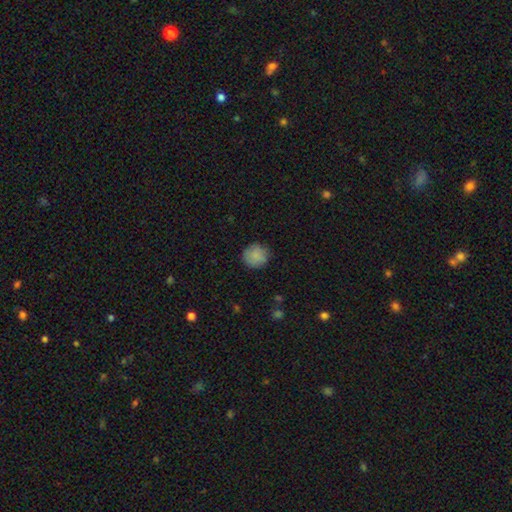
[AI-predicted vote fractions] Smooth or featured? Predicted: smooth (p=0.87). How rounded? Predicted: round (p=0.92). Merging? Predicted: none (p=0.84).